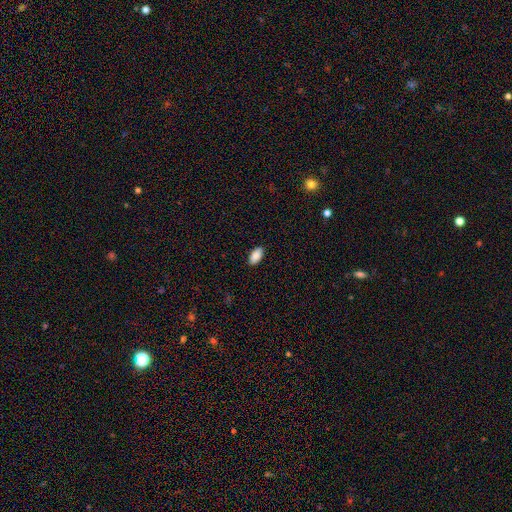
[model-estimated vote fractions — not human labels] Smooth or featured: smooth — 89% (star or artifact — 7%)
How rounded: in between — 94% (round — 3%)
Merging: none — 88% (minor disturbance — 10%)